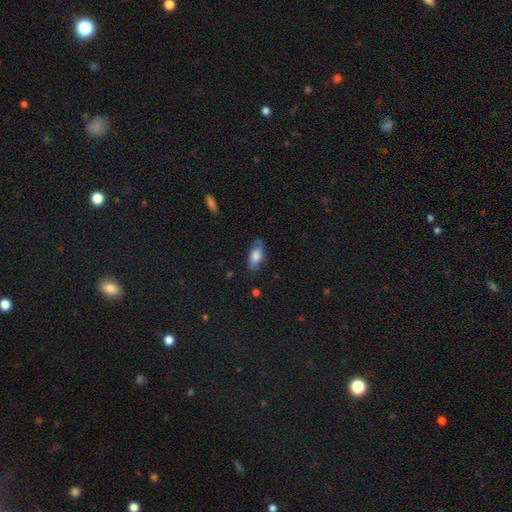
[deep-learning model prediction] A smooth galaxy with no disk features (74%) that is in between round and cigar-shaped (84%). Merging: none (69%).